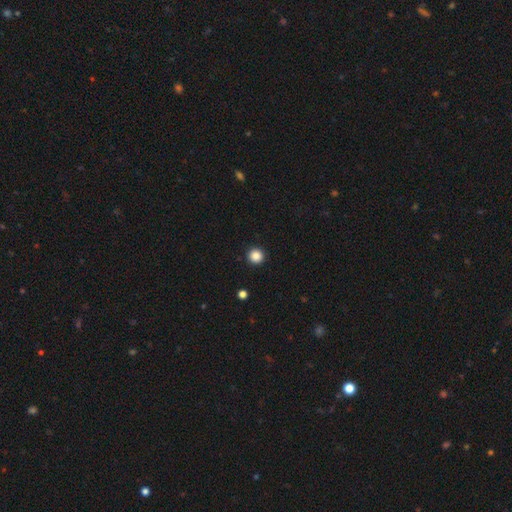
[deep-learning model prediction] A smooth galaxy with no disk features (86%) that is round (96%). Merging: none (94%).